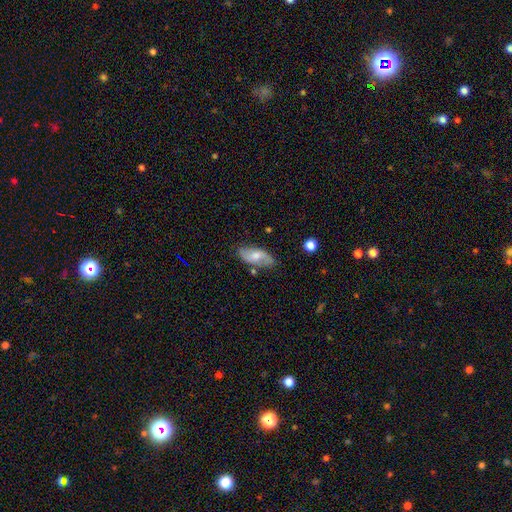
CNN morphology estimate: Smooth or featured? featured or disk (55%)
Edge-on disk? no (89%)
Merging? none (76%)